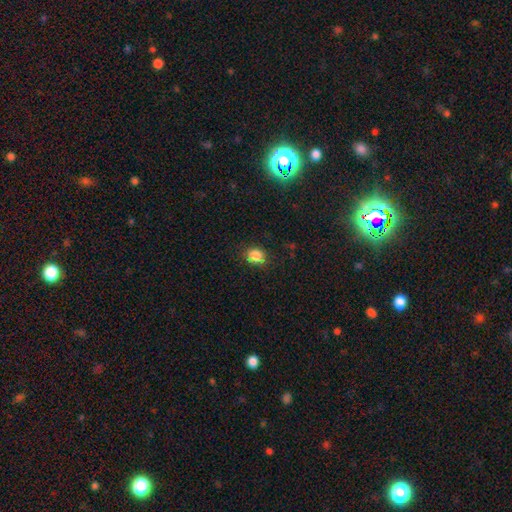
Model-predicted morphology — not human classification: Smooth or featured? Predicted: smooth (p=0.85). How rounded? Predicted: round (p=0.64). Merging? Predicted: none (p=0.76).